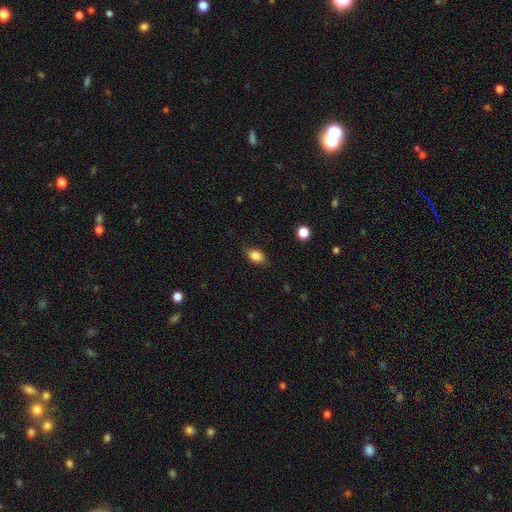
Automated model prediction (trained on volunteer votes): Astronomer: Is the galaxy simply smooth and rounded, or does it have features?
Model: smooth — 82%.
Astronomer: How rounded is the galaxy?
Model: in between — 79%.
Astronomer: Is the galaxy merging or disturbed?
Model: none — 77%.